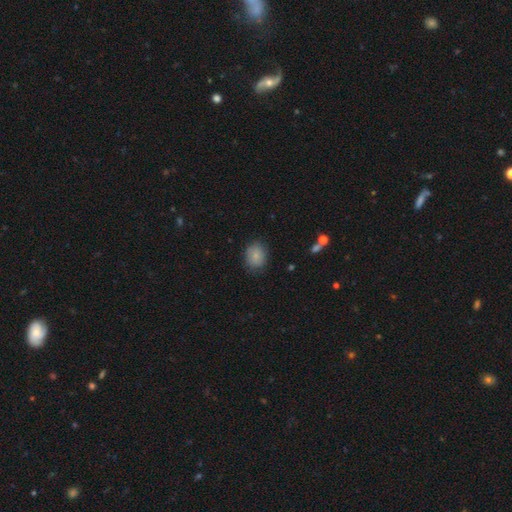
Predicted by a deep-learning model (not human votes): Smooth or featured? Predicted: smooth (p=0.83). How rounded? Predicted: round (p=0.51). Merging? Predicted: none (p=0.81).